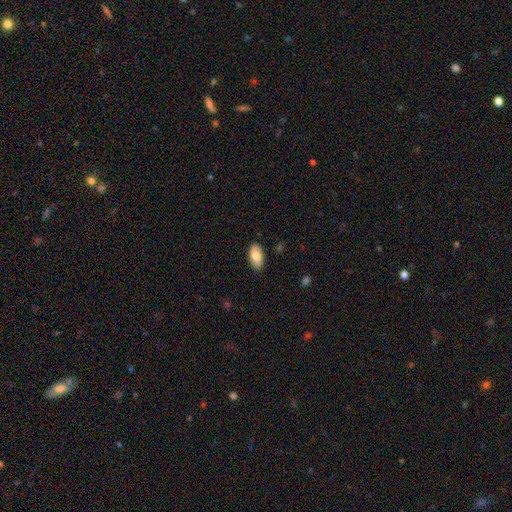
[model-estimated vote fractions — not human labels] Smooth or featured?
  - smooth: 75% *
  - featured or disk: 19%
  - star or artifact: 6%
How rounded?
  - in between: 93% *
  - cigar-shaped: 4%
  - round: 3%
Merging?
  - none: 85% *
  - minor disturbance: 12%
  - major disturbance: 2%
  - merger: 1%